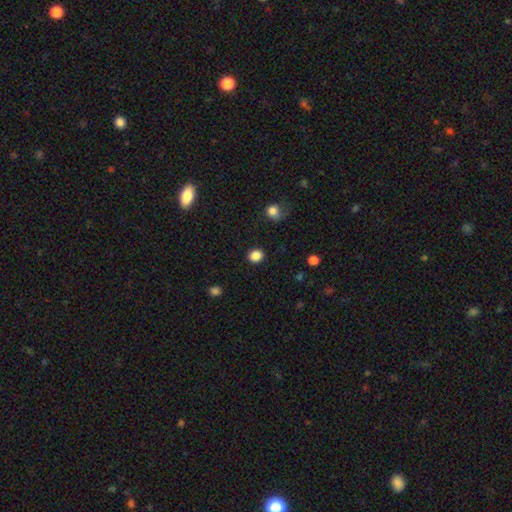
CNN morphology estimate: Smooth or featured? Predicted: smooth (p=0.86). How rounded? Predicted: round (p=0.83). Merging? Predicted: none (p=0.91).